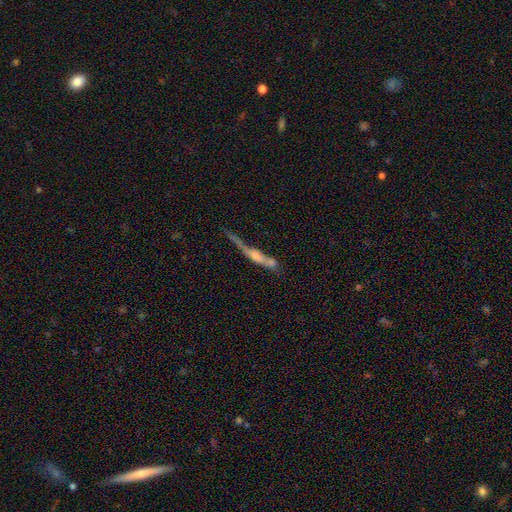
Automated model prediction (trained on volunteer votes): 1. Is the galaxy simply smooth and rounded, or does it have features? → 60% featured or disk, 31% smooth, 10% star or artifact.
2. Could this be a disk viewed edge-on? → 79% yes, 21% no.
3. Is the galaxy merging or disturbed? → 37% none, 27% merger, 19% minor disturbance, 17% major disturbance.